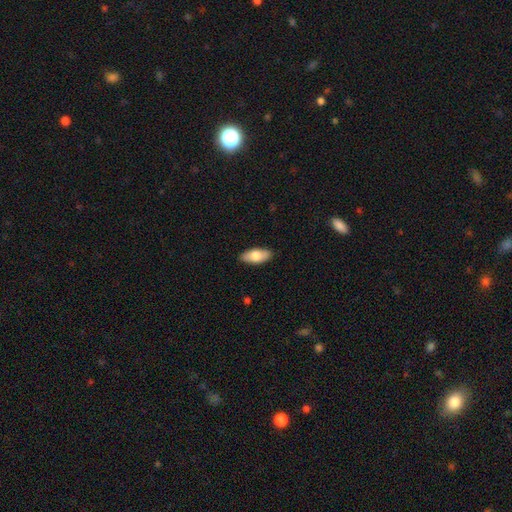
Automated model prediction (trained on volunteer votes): Overall: smooth (75%). How rounded: in between (88%). Merging: none (88%).